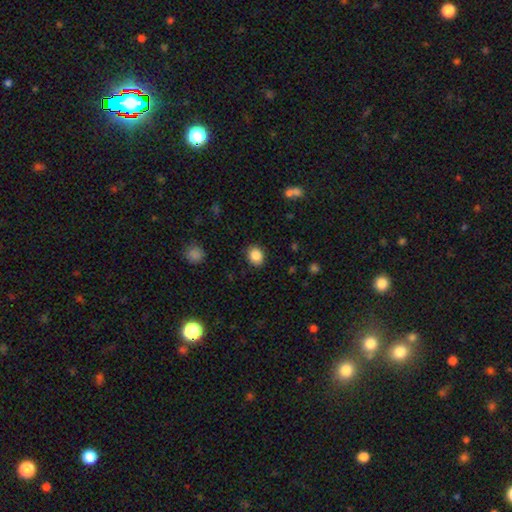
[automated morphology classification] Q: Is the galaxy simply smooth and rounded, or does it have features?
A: smooth — 87%.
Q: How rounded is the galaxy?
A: round — 61%.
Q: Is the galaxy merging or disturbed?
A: none — 88%.